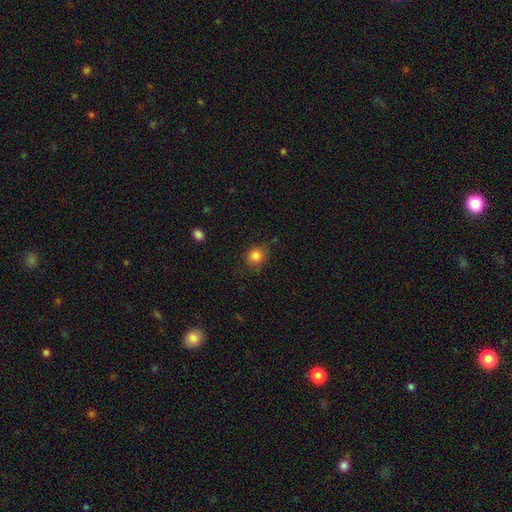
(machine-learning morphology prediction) smooth-or-featured: smooth: 84% | star or artifact: 10% | featured or disk: 6%
  how-rounded: round: 77% | in between: 22% | cigar-shaped: 1%
  merging: none: 75% | minor disturbance: 19% | major disturbance: 5% | merger: 2%